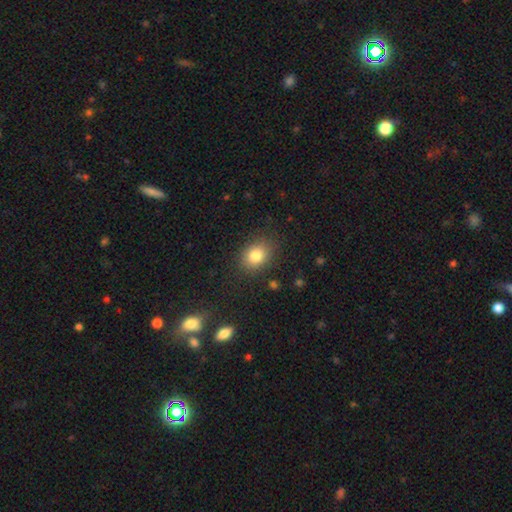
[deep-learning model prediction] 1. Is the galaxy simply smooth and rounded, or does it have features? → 83% smooth, 10% star or artifact, 8% featured or disk.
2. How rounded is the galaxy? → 57% in between, 42% round, 1% cigar-shaped.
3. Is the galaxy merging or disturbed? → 83% none, 11% minor disturbance, 4% major disturbance, 1% merger.